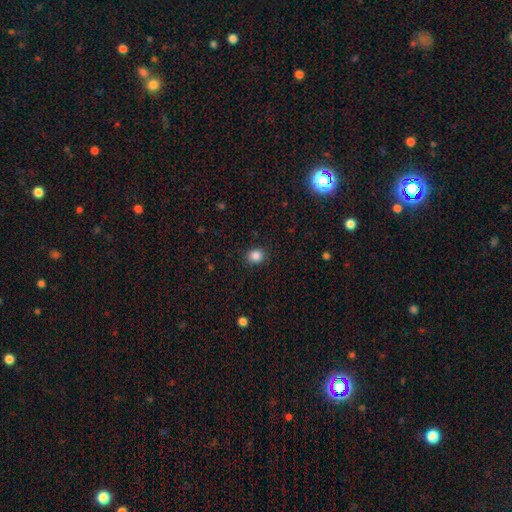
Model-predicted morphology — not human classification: This is clearly a smooth galaxy (86%). How rounded: likely round (71%). Merging: clearly none (89%).